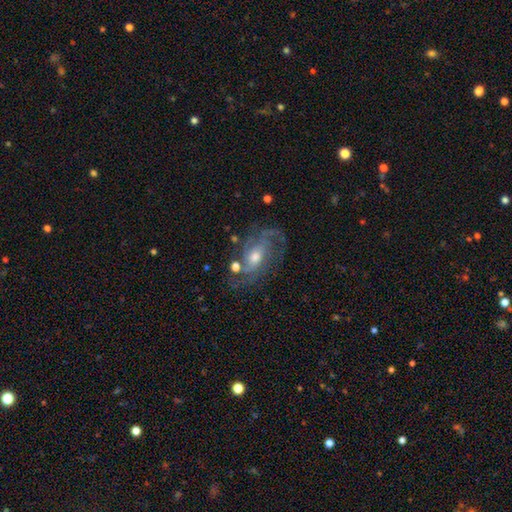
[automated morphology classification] This appears to be a featured or disk galaxy (81%) with no bar (55%), 2 (50%) medium (46%) spiral arms (93%) and a moderate central bulge (61%). Merging: none (67%).